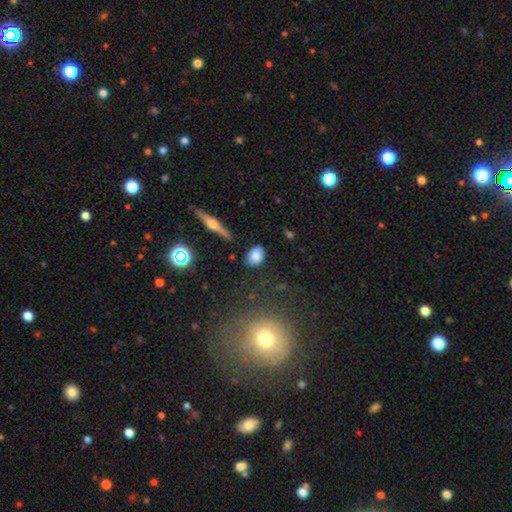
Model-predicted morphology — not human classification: Smooth or featured?
  - smooth: 81% *
  - featured or disk: 11%
  - star or artifact: 9%
How rounded?
  - in between: 82% *
  - round: 16%
  - cigar-shaped: 2%
Merging?
  - none: 78% *
  - minor disturbance: 16%
  - major disturbance: 4%
  - merger: 3%